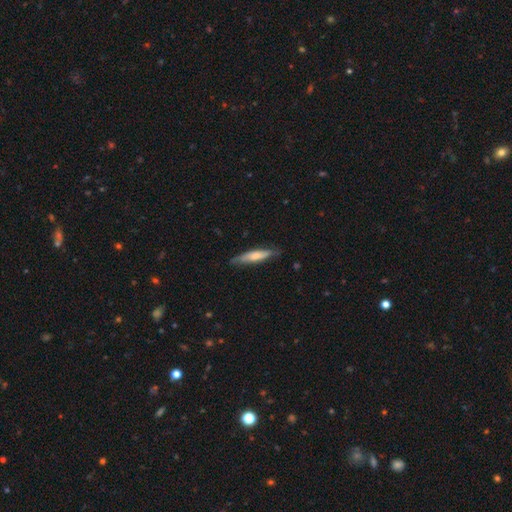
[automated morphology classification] Smooth or featured?
  - smooth: 61% *
  - featured or disk: 34%
  - star or artifact: 6%
How rounded?
  - cigar-shaped: 84% *
  - in between: 15%
  - round: 1%
Merging?
  - none: 78% *
  - minor disturbance: 18%
  - major disturbance: 3%
  - merger: 1%